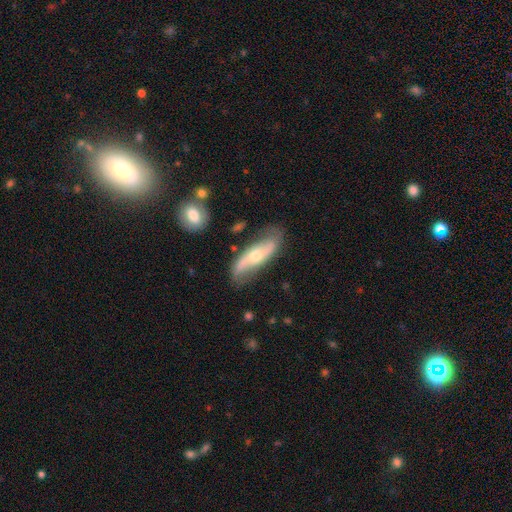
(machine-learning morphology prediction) smooth_or_featured: featured or disk (p=0.69) [alt: smooth p=0.25]
disk_edge_on: no (p=0.79) [alt: yes p=0.21]
bar: no (p=0.57) [alt: weak p=0.27]
has_spiral_arms: yes (p=0.88) [alt: no p=0.12]
bulge_size: moderate (p=0.52) [alt: small p=0.42]
merging: none (p=0.71) [alt: minor disturbance p=0.20]